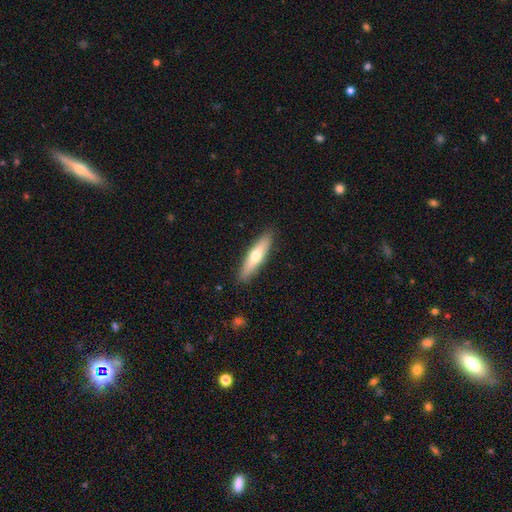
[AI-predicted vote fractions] This is possibly a smooth galaxy (57%). How rounded: likely cigar-shaped (75%). Merging: clearly none (89%).